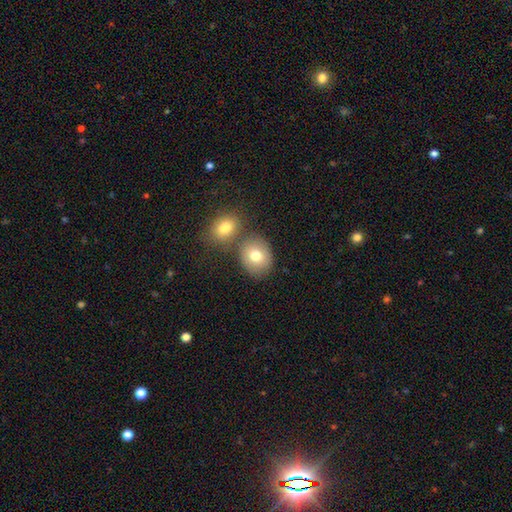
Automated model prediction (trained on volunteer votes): Smooth or featured? Predicted: smooth (p=0.78). How rounded? Predicted: round (p=0.65). Merging? Predicted: none (p=0.63).